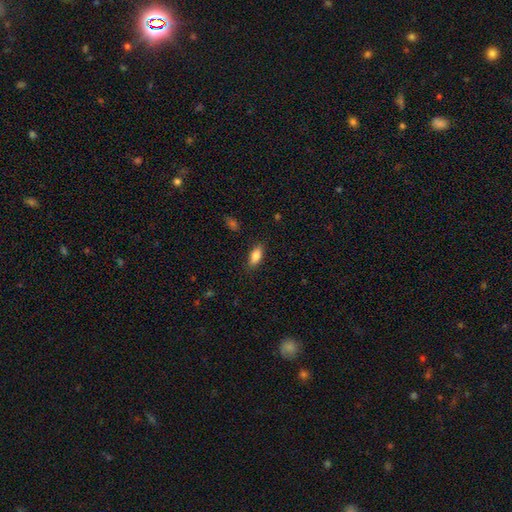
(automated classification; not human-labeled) The model was most divided on "how rounded": in between: 82%, cigar-shaped: 15%, round: 3%. More confident: merging — none (85%); smooth or featured — smooth (81%).